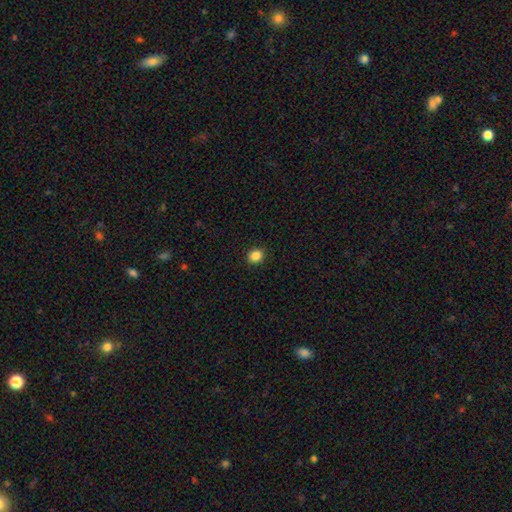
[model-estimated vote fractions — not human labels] smooth 87%, star or artifact 10%, featured or disk 3%. Down the decision tree: how rounded — round (73%); merging — none (92%).